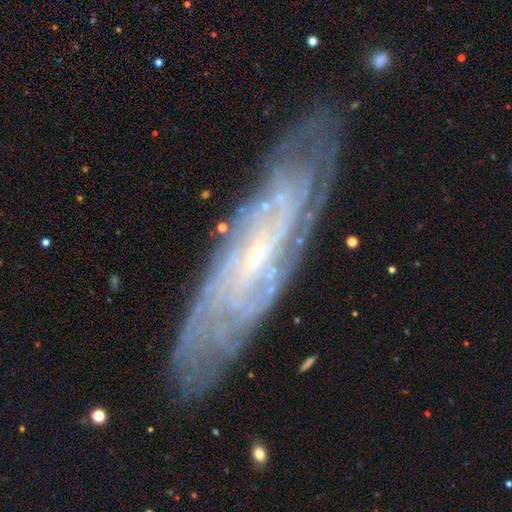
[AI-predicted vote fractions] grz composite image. It shows a featured or disk galaxy (82%) with no bar (55%), tight (72%) spiral arms (93%) and a small central bulge (85%). Merging: none (82%).